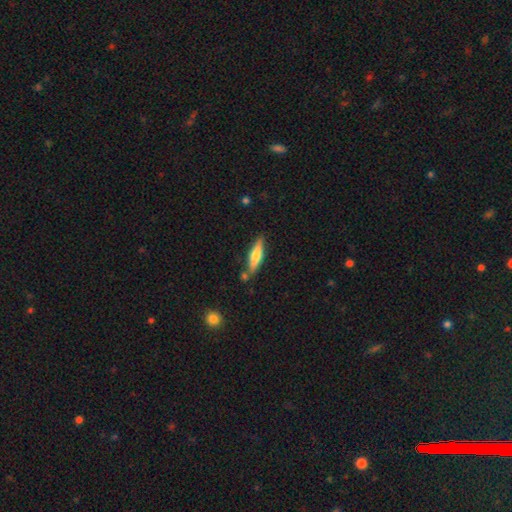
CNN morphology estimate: Smooth or featured? smooth (56%)
How rounded? cigar-shaped (75%)
Merging? none (77%)